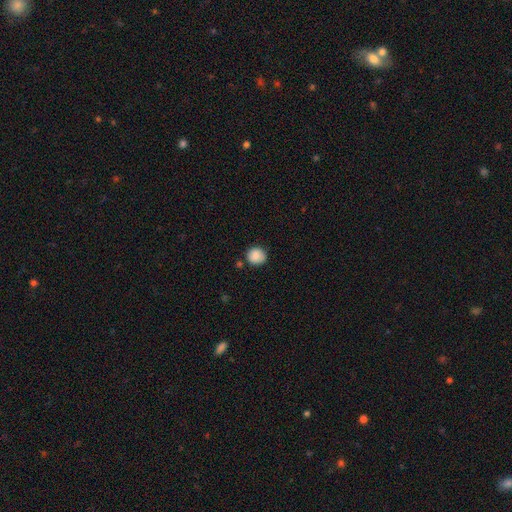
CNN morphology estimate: type=smooth (88%); roundness=round (90%); merging=none (80%).